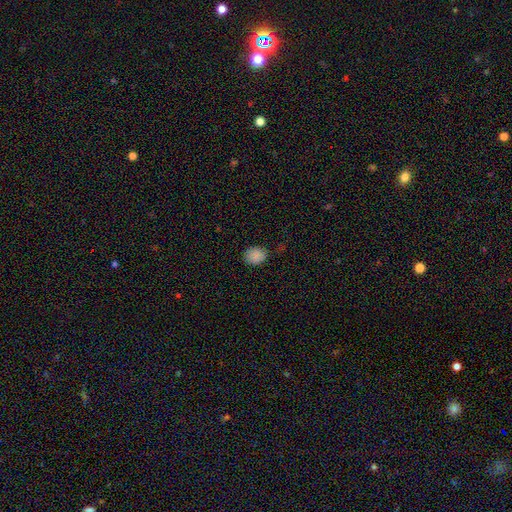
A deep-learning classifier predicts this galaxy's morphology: Smooth or featured: smooth — 87% (star or artifact — 10%)
How rounded: round — 59% (in between — 40%)
Merging: none — 78% (minor disturbance — 17%)